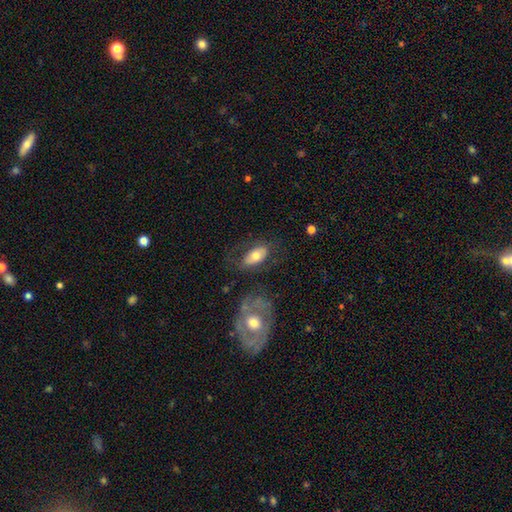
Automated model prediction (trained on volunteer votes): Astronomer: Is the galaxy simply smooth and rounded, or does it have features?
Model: smooth — 60%.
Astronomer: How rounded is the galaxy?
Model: in between — 90%.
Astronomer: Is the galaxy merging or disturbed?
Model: none — 64%.